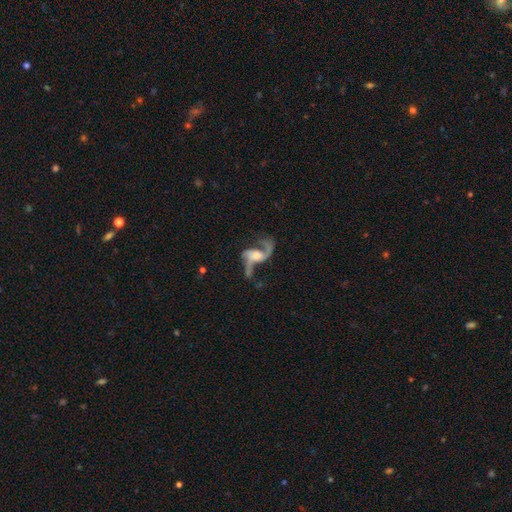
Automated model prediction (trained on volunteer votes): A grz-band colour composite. It shows a featured or disk galaxy (82%) with no bar (53%), 2 (81%) loose (78%) spiral arms (92%) and a moderate central bulge (28%). Merging: none (41%).